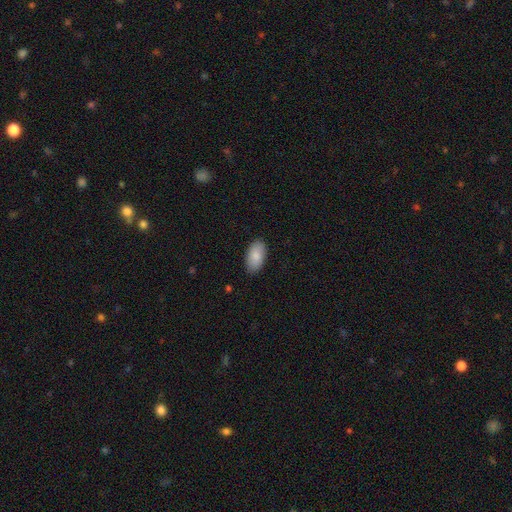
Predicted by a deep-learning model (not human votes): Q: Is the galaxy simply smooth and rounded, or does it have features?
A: smooth — 86%.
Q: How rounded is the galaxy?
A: in between — 95%.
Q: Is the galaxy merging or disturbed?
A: none — 88%.